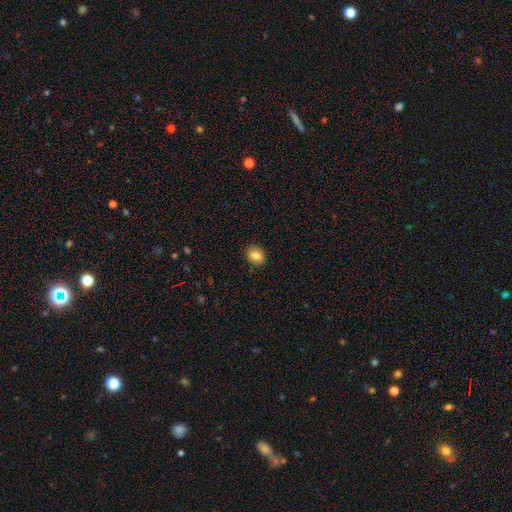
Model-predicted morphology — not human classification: smooth-or-featured: smooth: 84% | star or artifact: 9% | featured or disk: 7%
  how-rounded: in between: 57% | round: 42% | cigar-shaped: 1%
  merging: none: 88% | minor disturbance: 9% | major disturbance: 2% | merger: 1%